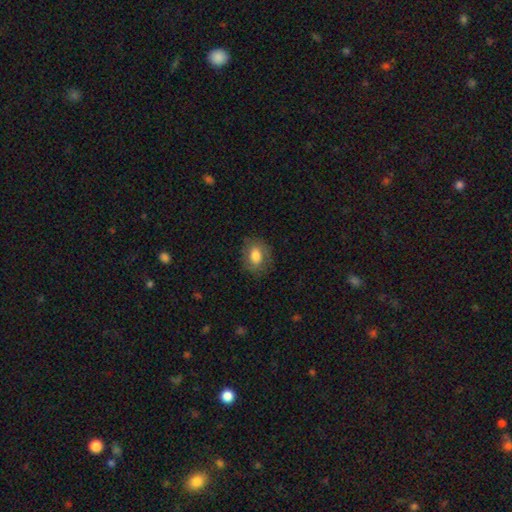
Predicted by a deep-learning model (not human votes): smooth-or-featured: smooth: 76% | featured or disk: 17% | star or artifact: 8%
  how-rounded: in between: 66% | round: 32% | cigar-shaped: 1%
  merging: none: 78% | minor disturbance: 16% | major disturbance: 6% | merger: 1%